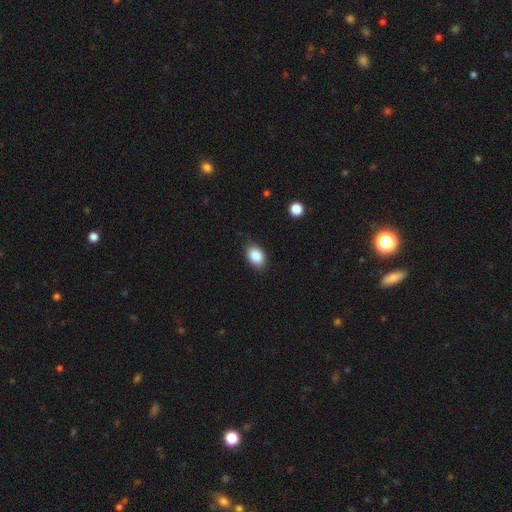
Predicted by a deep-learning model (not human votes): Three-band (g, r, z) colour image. It shows a smooth galaxy with no disk features (87%) that is in between round and cigar-shaped (85%). Merging: none (87%).